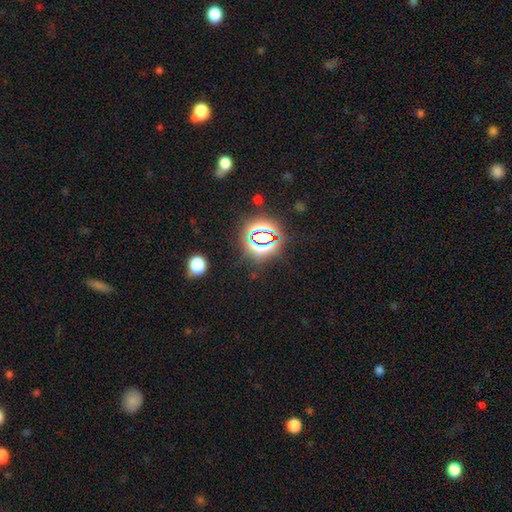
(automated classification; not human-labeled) Q: Smooth or featured?
A: star or artifact (79%); runner-up: smooth (14%)